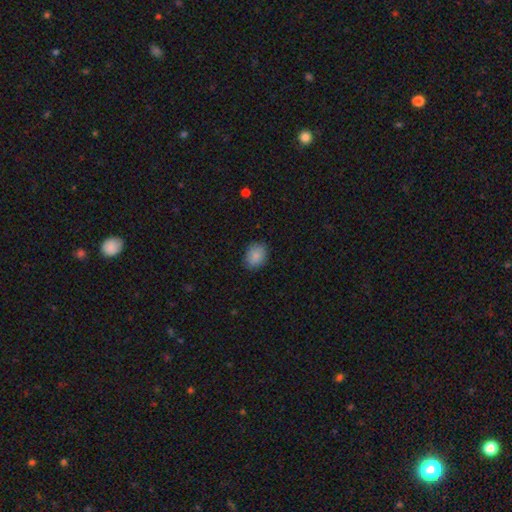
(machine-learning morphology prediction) A smooth galaxy with no disk features (86%) that is in between round and cigar-shaped (52%). Merging: none (83%).